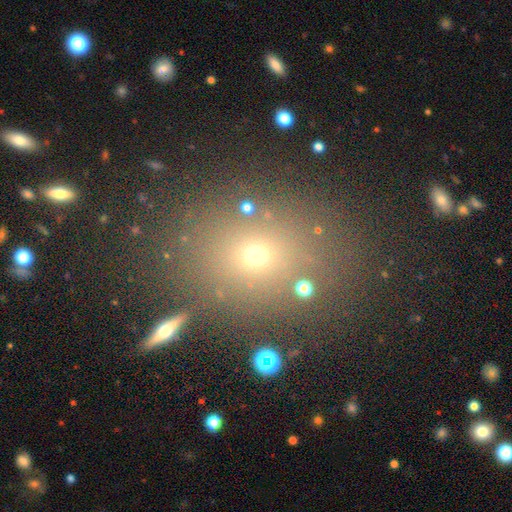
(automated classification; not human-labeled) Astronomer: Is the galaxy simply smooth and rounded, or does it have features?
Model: smooth — 63%.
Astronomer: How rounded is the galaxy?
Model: round — 52% (runner-up: in between, 46%).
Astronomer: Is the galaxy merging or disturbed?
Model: none — 77%.